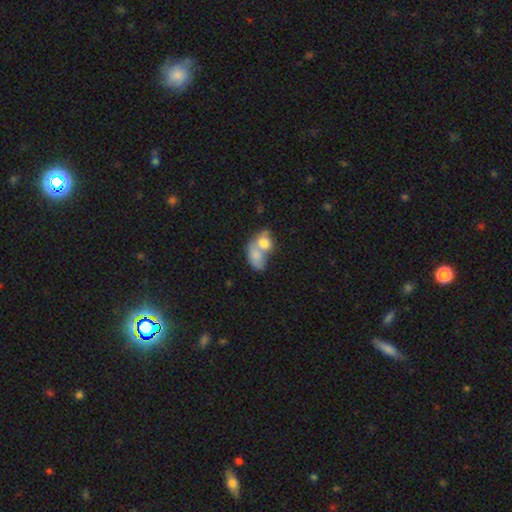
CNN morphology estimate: Smooth or featured? Predicted: smooth (p=0.75). How rounded? Predicted: in between (p=0.77). Merging? Predicted: merger (p=0.71).